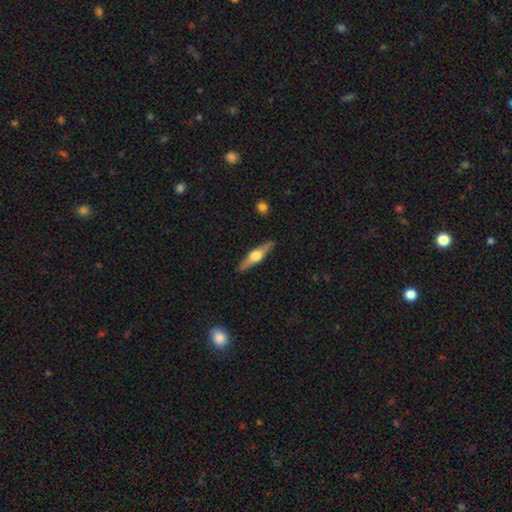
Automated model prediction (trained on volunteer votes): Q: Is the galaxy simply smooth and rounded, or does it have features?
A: featured or disk — 66%.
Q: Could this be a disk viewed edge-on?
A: yes — 96%.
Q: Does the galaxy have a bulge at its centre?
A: rounded — 95%.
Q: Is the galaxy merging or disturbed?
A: none — 90%.